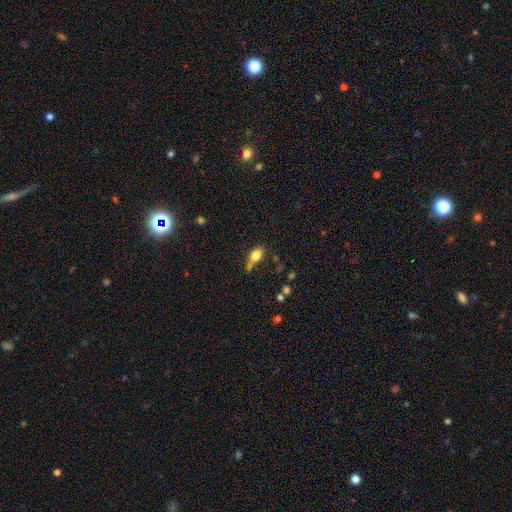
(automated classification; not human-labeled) Overall: smooth (69%). How rounded: in between (71%). Merging: none (36%; minor disturbance 33%).